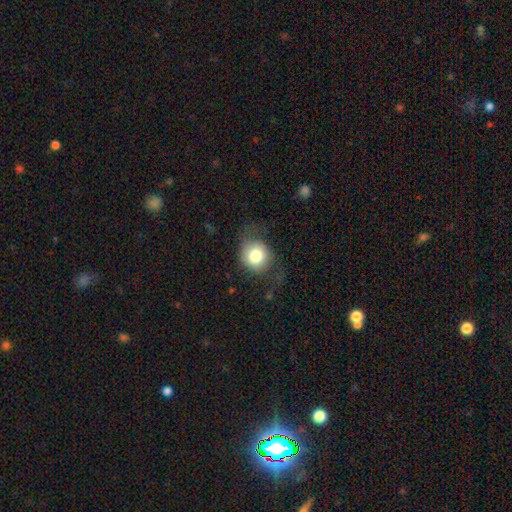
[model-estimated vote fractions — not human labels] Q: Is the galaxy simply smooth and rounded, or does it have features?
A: smooth — 76%.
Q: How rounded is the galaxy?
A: round — 79%.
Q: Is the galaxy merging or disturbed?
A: none — 62%.